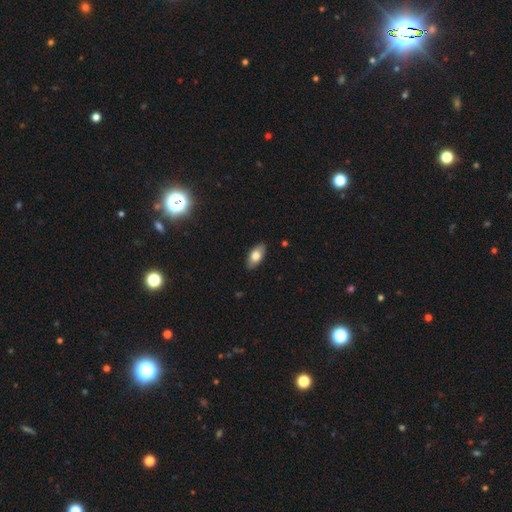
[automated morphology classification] This is likely a smooth galaxy (75%). How rounded: clearly in between (91%). Merging: clearly none (87%).